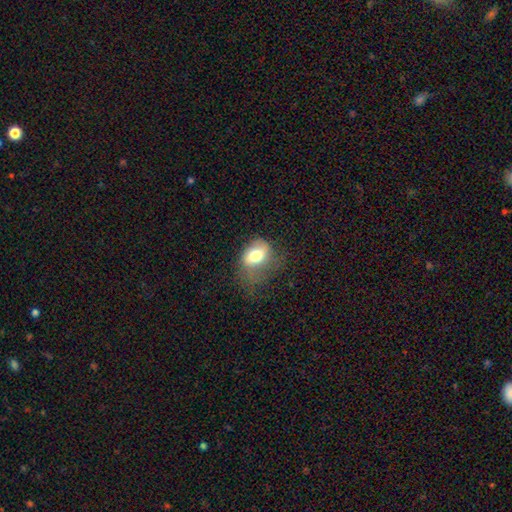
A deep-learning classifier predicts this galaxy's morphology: smooth-or-featured: smooth: 66% | featured or disk: 25% | star or artifact: 9%
  how-rounded: in between: 72% | round: 26% | cigar-shaped: 2%
  merging: major disturbance: 34% | none: 33% | minor disturbance: 32% | merger: 2%